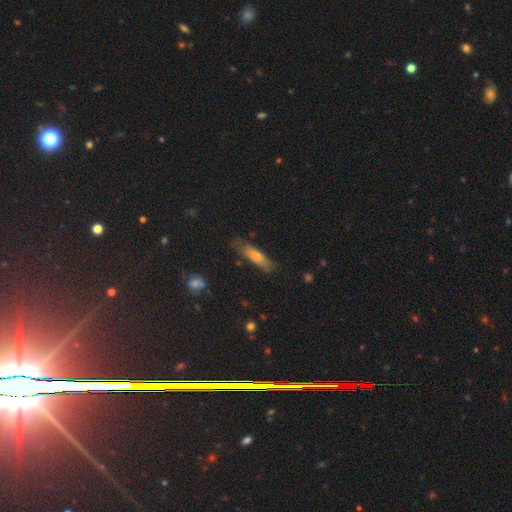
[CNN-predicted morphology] This is likely a smooth galaxy (62%). How rounded: likely cigar-shaped (71%). Merging: likely none (76%).